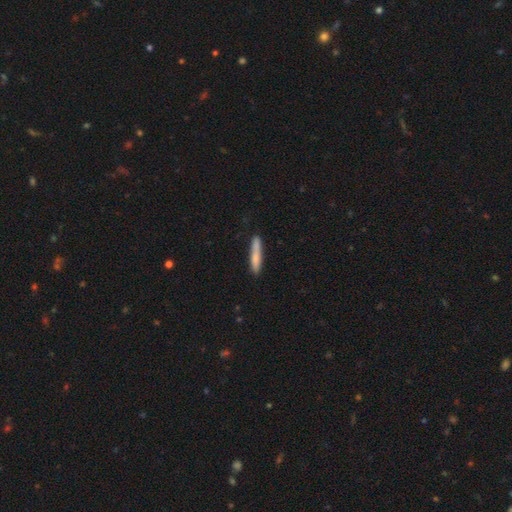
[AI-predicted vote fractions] This appears to be a smooth galaxy with no disk features (78%) that is cigar-shaped (93%). Merging: none (84%).